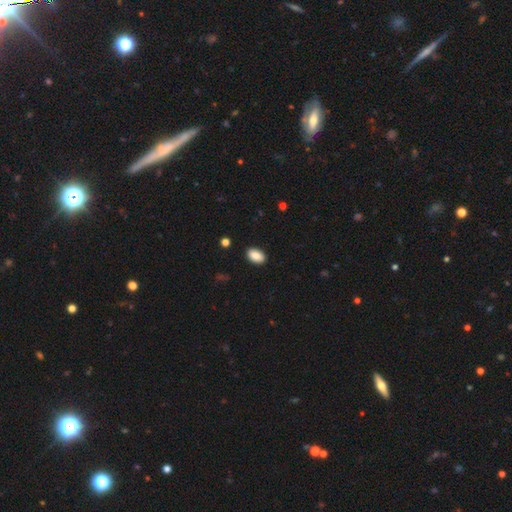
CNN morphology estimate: Smooth or featured? Predicted: smooth (p=0.87). How rounded? Predicted: in between (p=0.91). Merging? Predicted: none (p=0.90).